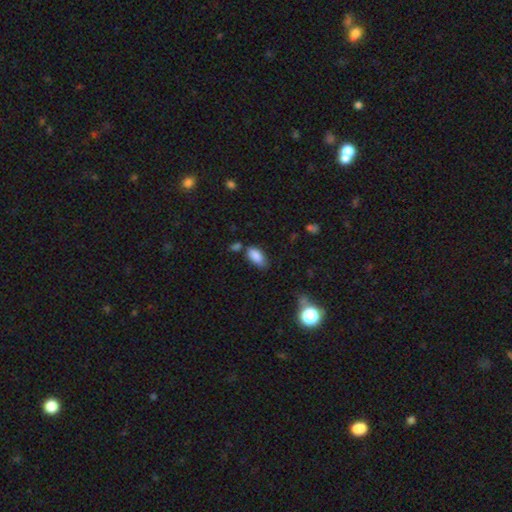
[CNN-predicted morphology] smooth_or_featured: smooth (p=0.86) [alt: star or artifact p=0.08]
how_rounded: in between (p=0.90) [alt: cigar-shaped p=0.07]
merging: none (p=0.60) [alt: minor disturbance p=0.25]